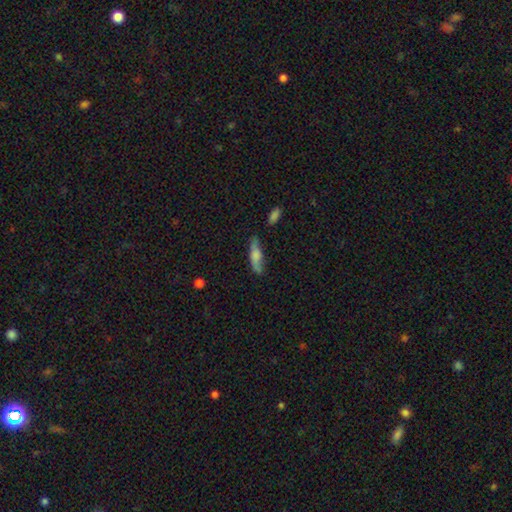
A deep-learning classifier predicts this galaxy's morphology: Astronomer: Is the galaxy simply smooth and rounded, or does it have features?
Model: smooth — 65%.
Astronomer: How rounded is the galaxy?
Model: cigar-shaped — 59% (runner-up: in between, 38%).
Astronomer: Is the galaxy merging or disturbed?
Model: none — 65%.